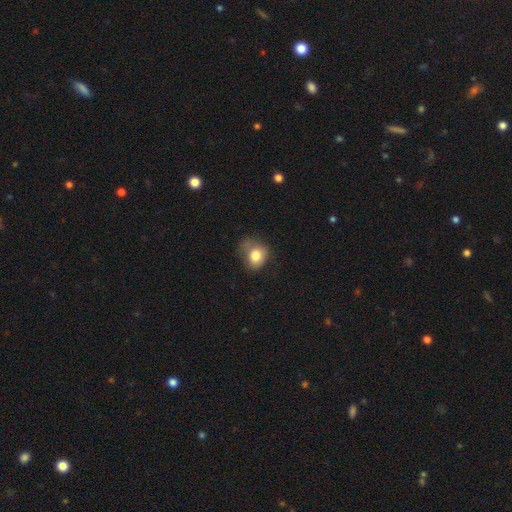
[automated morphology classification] A smooth galaxy with no disk features (79%) that is round (58%). Merging: none (46%).